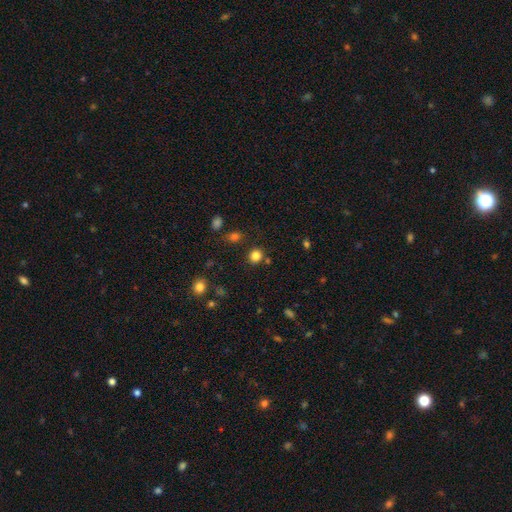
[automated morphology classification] smooth-or-featured: smooth: 82% | star or artifact: 13% | featured or disk: 5%
  how-rounded: round: 83% | in between: 16% | cigar-shaped: 1%
  merging: none: 83% | minor disturbance: 9% | merger: 5% | major disturbance: 3%